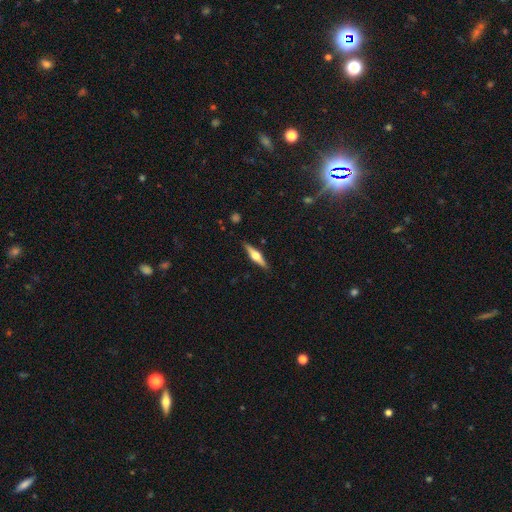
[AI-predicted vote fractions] featured or disk 66%, smooth 28%, star or artifact 6%. Down the decision tree: edge-on disk — yes (97%); edge-on bulge — rounded (93%); merging — none (89%).